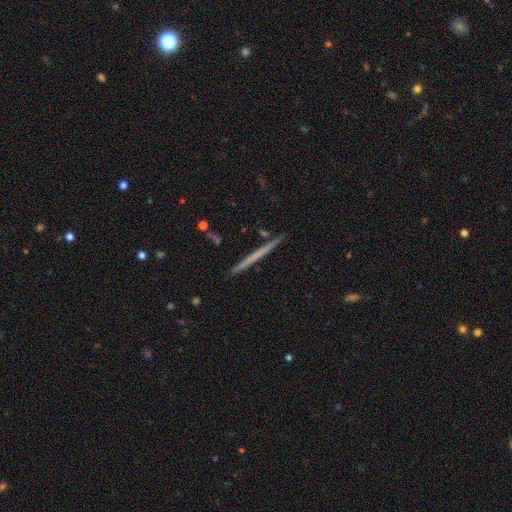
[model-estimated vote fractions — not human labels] Morphology: type=featured or disk (53%); edge-on=yes (98%); edge-on bulge=none (92%); merging=none (92%).